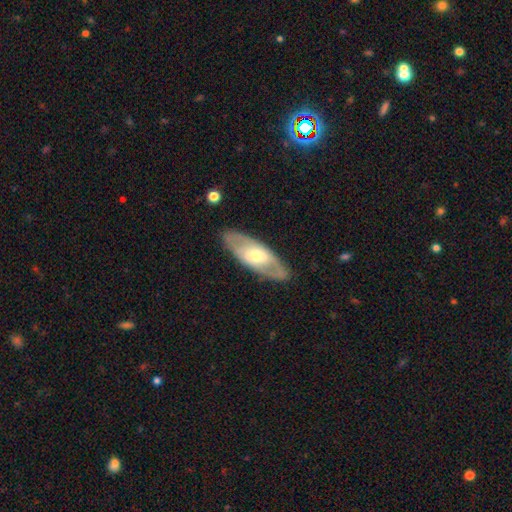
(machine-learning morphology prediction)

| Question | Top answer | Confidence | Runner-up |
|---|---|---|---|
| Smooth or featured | featured or disk | 60% | smooth (35%) |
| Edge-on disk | no | 78% | yes (22%) |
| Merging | none | 84% | minor disturbance (11%) |